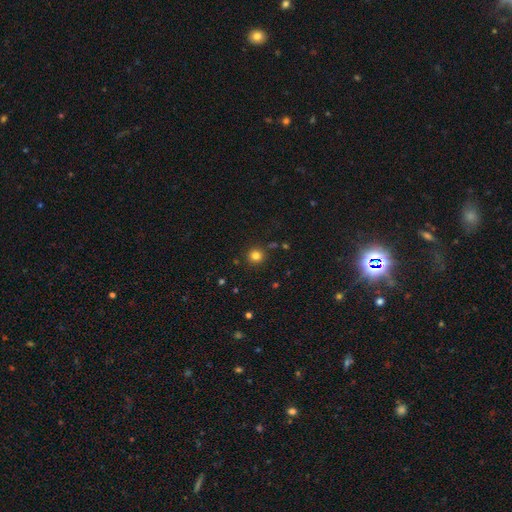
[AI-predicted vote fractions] Smooth or featured? Predicted: smooth (p=0.81). How rounded? Predicted: round (p=0.92). Merging? Predicted: none (p=0.87).